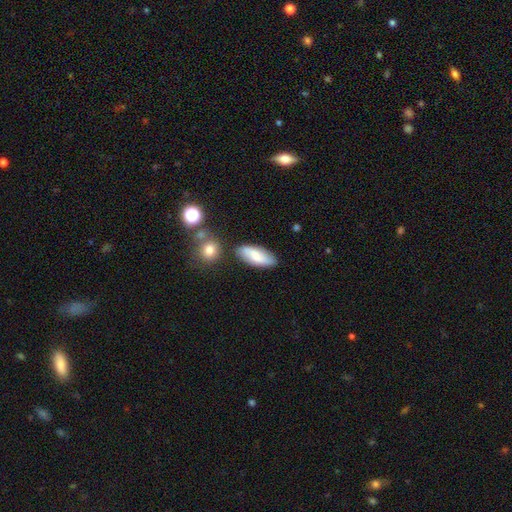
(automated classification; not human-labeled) Morphology: type=smooth (73%); roundness=in between (78%); merging=none (77%).